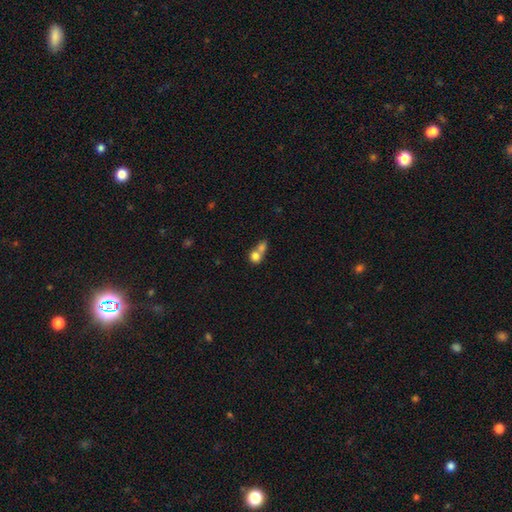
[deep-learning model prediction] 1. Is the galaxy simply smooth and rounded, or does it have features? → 77% smooth, 14% featured or disk, 10% star or artifact.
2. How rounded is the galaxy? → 75% round, 24% in between, 2% cigar-shaped.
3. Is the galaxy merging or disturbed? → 67% merger, 24% none, 5% minor disturbance, 3% major disturbance.